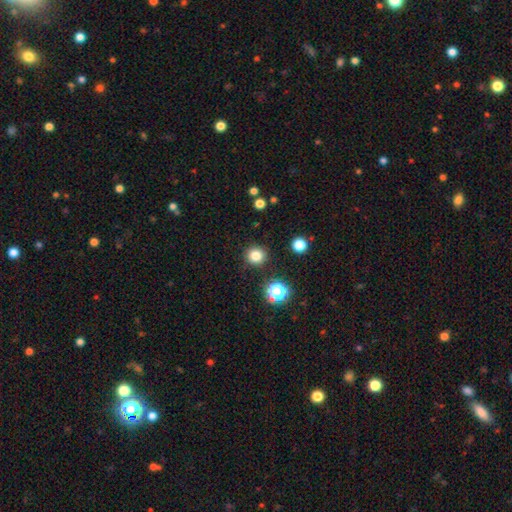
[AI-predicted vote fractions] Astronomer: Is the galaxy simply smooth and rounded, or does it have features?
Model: smooth — 80%.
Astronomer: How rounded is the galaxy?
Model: round — 93%.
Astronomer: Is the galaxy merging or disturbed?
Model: none — 89%.